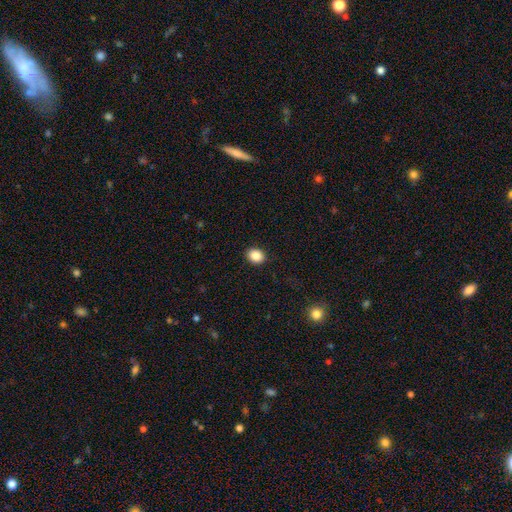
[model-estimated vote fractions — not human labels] Smooth or featured?
  - smooth: 88% *
  - star or artifact: 9%
  - featured or disk: 4%
How rounded?
  - round: 51% *
  - in between: 48%
  - cigar-shaped: 1%
Merging?
  - none: 91% *
  - minor disturbance: 6%
  - major disturbance: 2%
  - merger: 1%